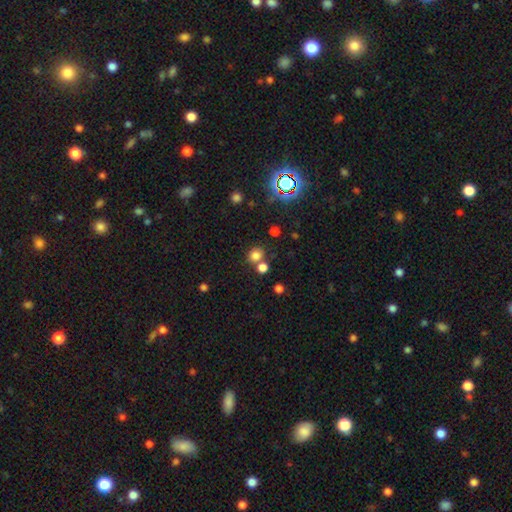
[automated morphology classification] A smooth galaxy with no disk features (76%) that is round (74%). Merging: none (62%).